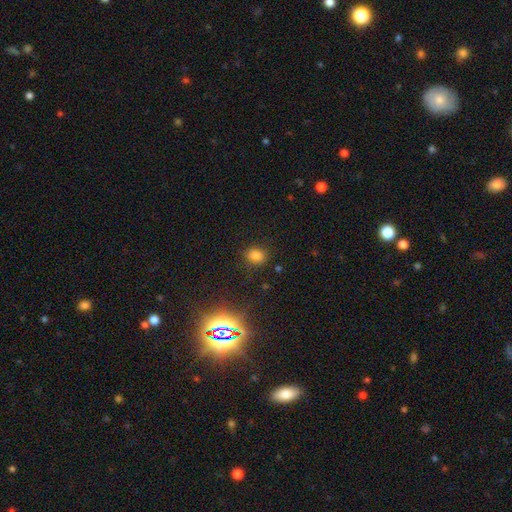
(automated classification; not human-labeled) smooth 75%, star or artifact 19%, featured or disk 6%. Down the decision tree: how rounded — round (65%); merging — none (84%).